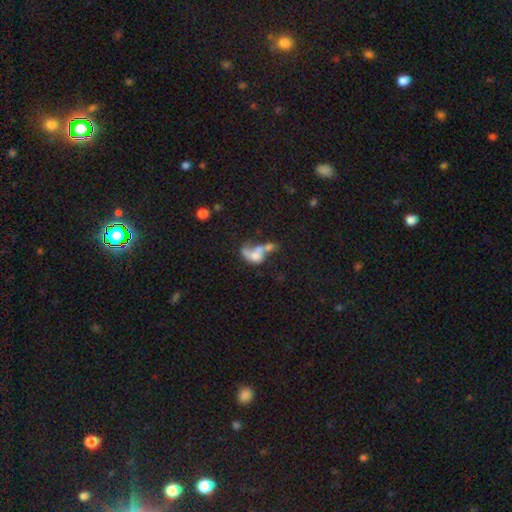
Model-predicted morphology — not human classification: A smooth galaxy with no disk features (46%).

Vote fractions:
- Smooth or featured? smooth: 46% / featured or disk: 42% / star or artifact: 12%
- Merging? merger: 57% / major disturbance: 22% / none: 13% / minor disturbance: 8%